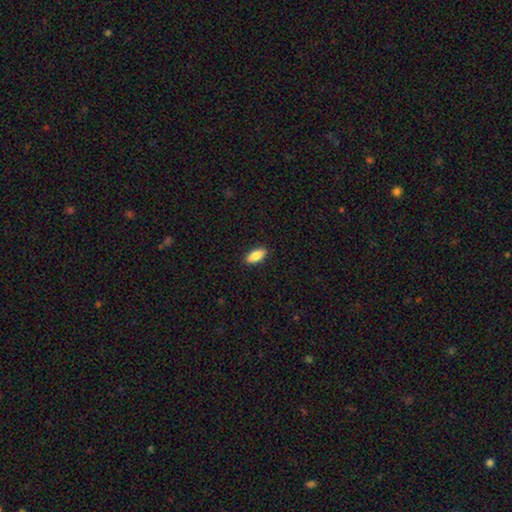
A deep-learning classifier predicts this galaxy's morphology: This is clearly a smooth galaxy (86%). How rounded: clearly in between (83%). Merging: clearly none (90%).